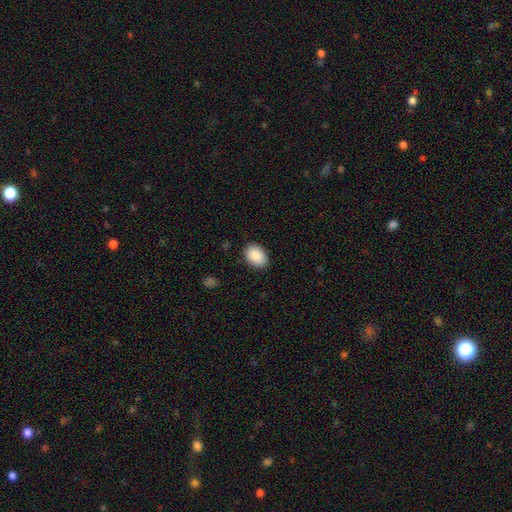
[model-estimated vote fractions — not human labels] A smooth galaxy with no disk features (89%) that is in between round and cigar-shaped (87%).

Vote fractions:
- Smooth or featured? smooth: 89% / star or artifact: 7% / featured or disk: 4%
- How rounded? in between: 87% / round: 12% / cigar-shaped: 1%
- Merging? none: 87% / minor disturbance: 10% / major disturbance: 2% / merger: 1%